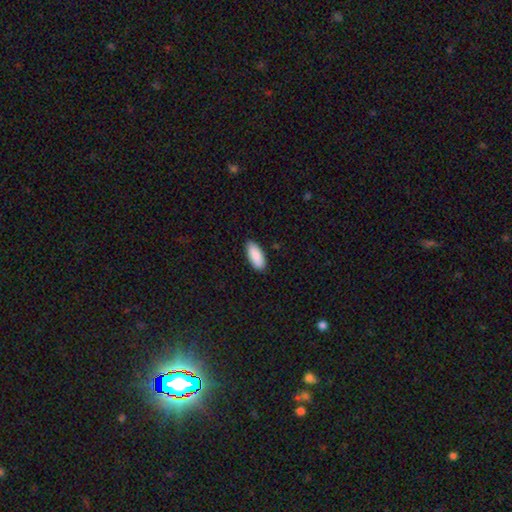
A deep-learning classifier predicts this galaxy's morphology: A smooth galaxy with no disk features (91%) that is in between round and cigar-shaped (85%).

Vote fractions:
- Smooth or featured? smooth: 91% / star or artifact: 6% / featured or disk: 4%
- How rounded? in between: 85% / cigar-shaped: 13% / round: 2%
- Merging? none: 88% / minor disturbance: 9% / major disturbance: 2% / merger: 1%